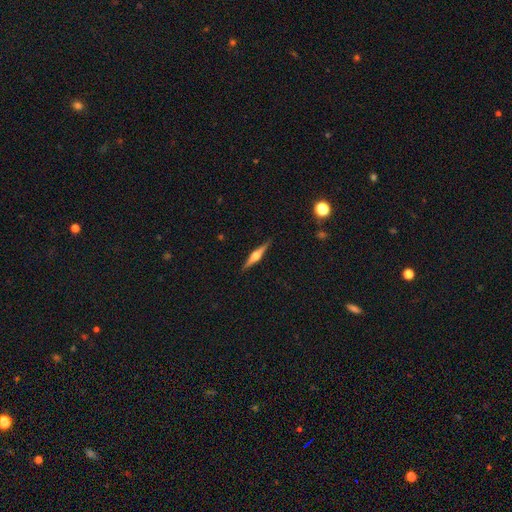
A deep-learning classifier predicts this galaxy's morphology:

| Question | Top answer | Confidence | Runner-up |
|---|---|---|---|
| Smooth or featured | featured or disk | 76% | smooth (18%) |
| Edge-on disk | yes | 98% | no (2%) |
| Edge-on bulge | rounded | 93% | boxy (5%) |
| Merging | none | 91% | minor disturbance (7%) |